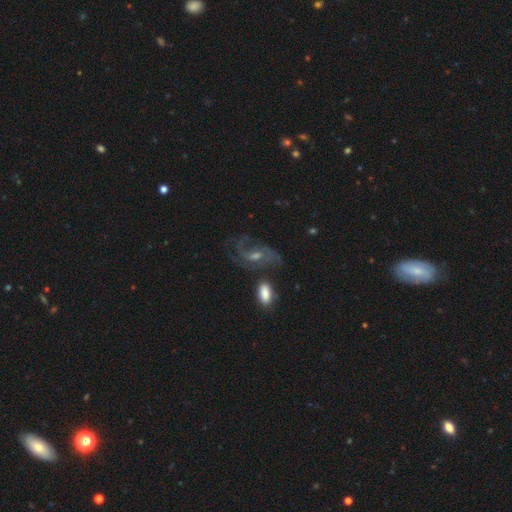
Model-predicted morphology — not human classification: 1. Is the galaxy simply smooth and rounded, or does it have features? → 77% featured or disk, 12% star or artifact, 11% smooth.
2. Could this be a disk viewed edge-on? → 95% no, 5% yes.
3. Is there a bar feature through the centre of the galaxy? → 46% weak, 42% no, 12% strong.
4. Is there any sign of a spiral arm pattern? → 93% yes, 7% no.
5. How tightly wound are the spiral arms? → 48% medium, 31% loose, 21% tight.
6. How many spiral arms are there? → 58% 2, 16% can't tell, 13% 3, 5% 1, 4% 4, 4% more than 4.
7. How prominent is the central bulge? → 48% moderate, 43% small, 4% large, 4% none, 1% dominant.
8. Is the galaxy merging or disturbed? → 63% none, 16% minor disturbance, 12% major disturbance, 8% merger.